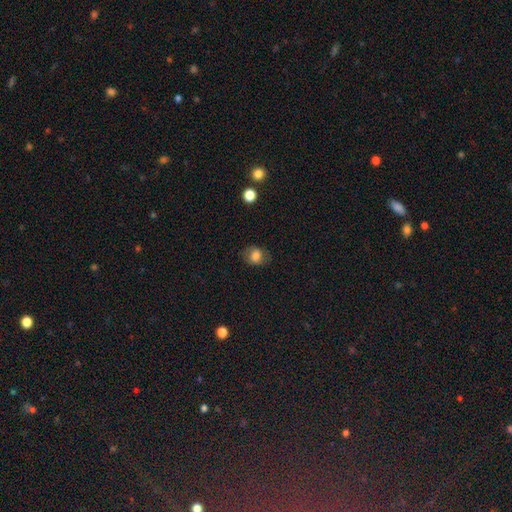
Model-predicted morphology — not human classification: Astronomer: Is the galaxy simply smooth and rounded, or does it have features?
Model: smooth — 76%.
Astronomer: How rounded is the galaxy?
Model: in between — 51% (runner-up: round, 48%).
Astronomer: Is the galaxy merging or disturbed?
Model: none — 76%.